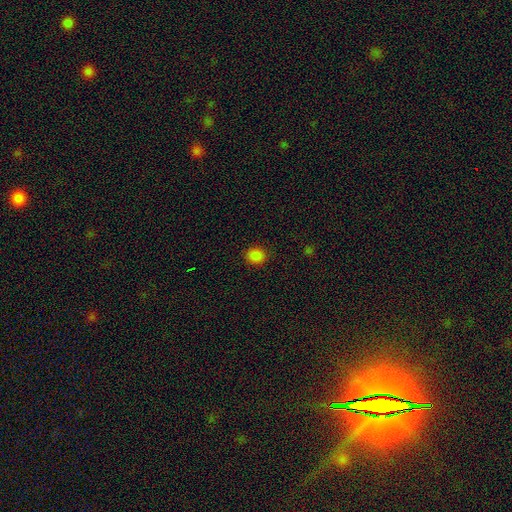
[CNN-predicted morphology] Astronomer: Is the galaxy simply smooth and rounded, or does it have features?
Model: smooth — 84%.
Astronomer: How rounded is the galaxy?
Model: round — 83%.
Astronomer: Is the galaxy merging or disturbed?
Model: none — 91%.